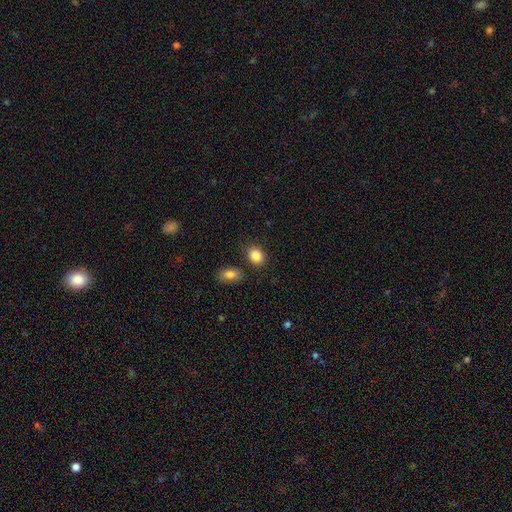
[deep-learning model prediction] The model was most divided on "how rounded": in between: 55%, round: 44%, cigar-shaped: 1%. More confident: smooth or featured — smooth (86%); merging — none (80%).